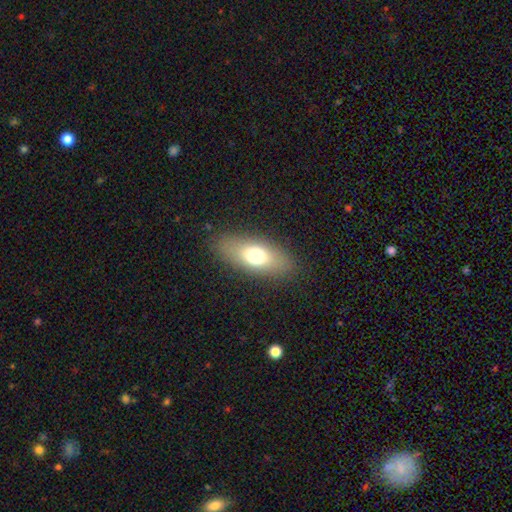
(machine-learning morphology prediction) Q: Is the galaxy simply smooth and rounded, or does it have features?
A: smooth — 68%.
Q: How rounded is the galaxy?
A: in between — 81%.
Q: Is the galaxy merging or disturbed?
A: none — 85%.